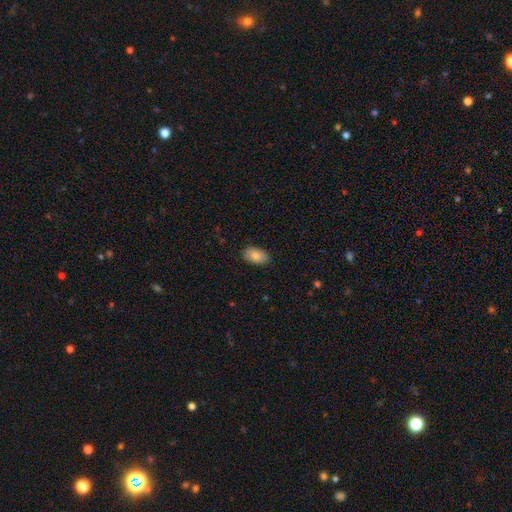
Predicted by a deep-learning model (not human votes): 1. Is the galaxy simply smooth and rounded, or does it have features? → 84% smooth, 9% featured or disk, 7% star or artifact.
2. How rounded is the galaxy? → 93% in between, 6% round, 2% cigar-shaped.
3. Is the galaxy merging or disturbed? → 86% none, 11% minor disturbance, 2% major disturbance, 1% merger.